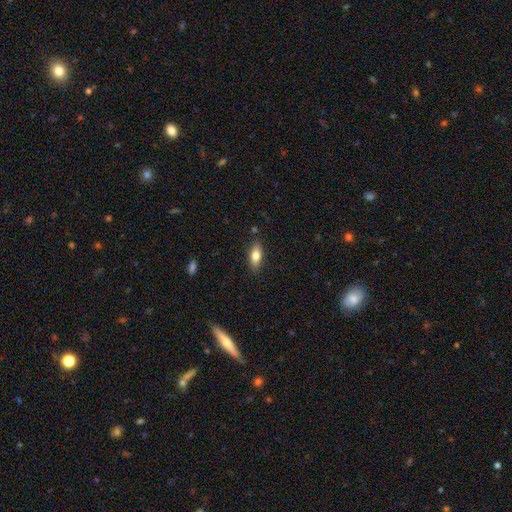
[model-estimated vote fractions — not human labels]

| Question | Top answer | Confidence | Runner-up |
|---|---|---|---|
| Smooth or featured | smooth | 76% | featured or disk (18%) |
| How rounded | in between | 75% | cigar-shaped (22%) |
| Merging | none | 85% | minor disturbance (11%) |